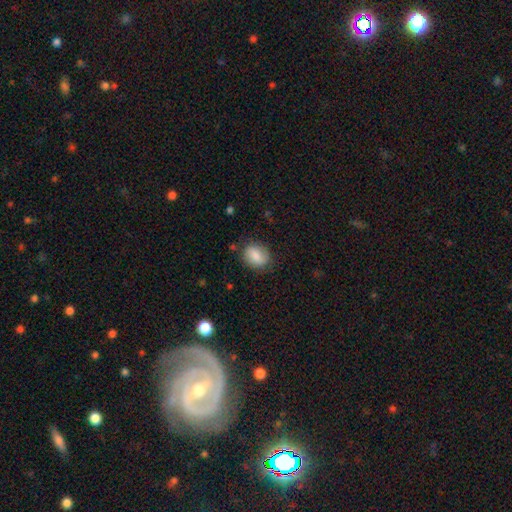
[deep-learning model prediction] smooth 80%, featured or disk 13%, star or artifact 8%. Down the decision tree: how rounded — round (53%); merging — none (79%).